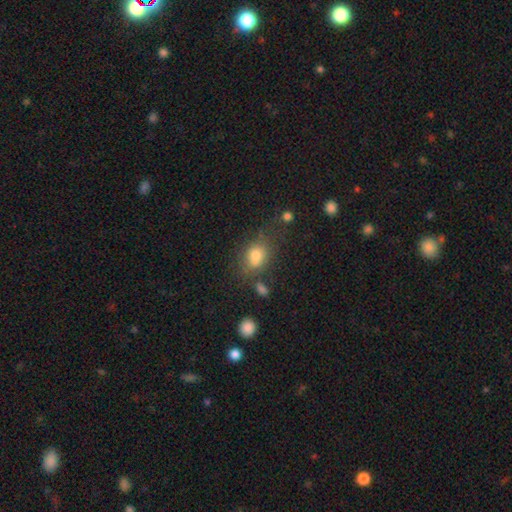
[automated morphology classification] A smooth galaxy with no disk features (75%) that is in between round and cigar-shaped (58%).

Vote fractions:
- Smooth or featured? smooth: 75% / star or artifact: 13% / featured or disk: 12%
- How rounded? in between: 58% / round: 40% / cigar-shaped: 2%
- Merging? none: 52% / minor disturbance: 19% / merger: 19% / major disturbance: 10%